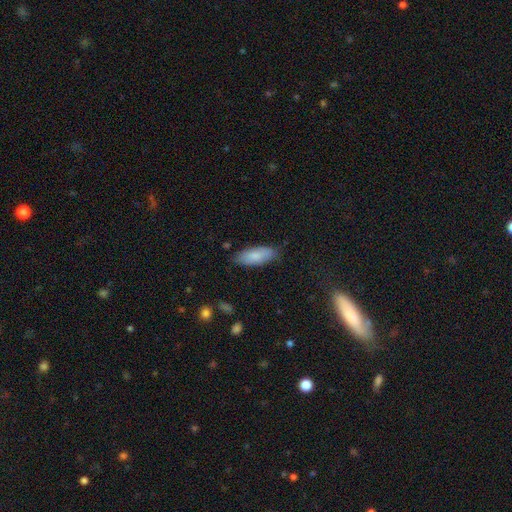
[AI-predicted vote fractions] smooth 82%, featured or disk 12%, star or artifact 6%. Down the decision tree: how rounded — in between (77%); merging — none (79%).